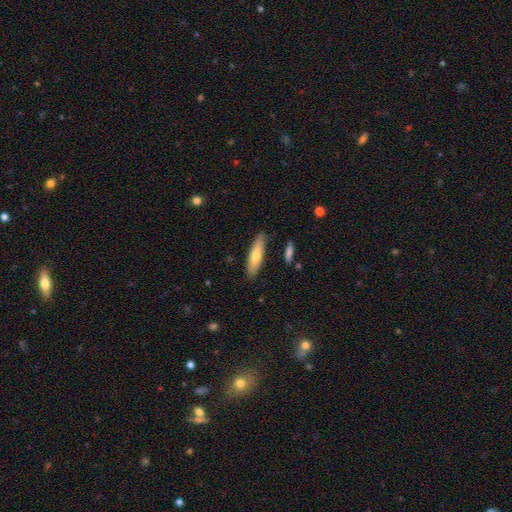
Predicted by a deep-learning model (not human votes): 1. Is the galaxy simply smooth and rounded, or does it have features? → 67% smooth, 27% featured or disk, 6% star or artifact.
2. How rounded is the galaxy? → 71% cigar-shaped, 28% in between, 2% round.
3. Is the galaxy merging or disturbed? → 84% none, 11% minor disturbance, 2% merger, 2% major disturbance.